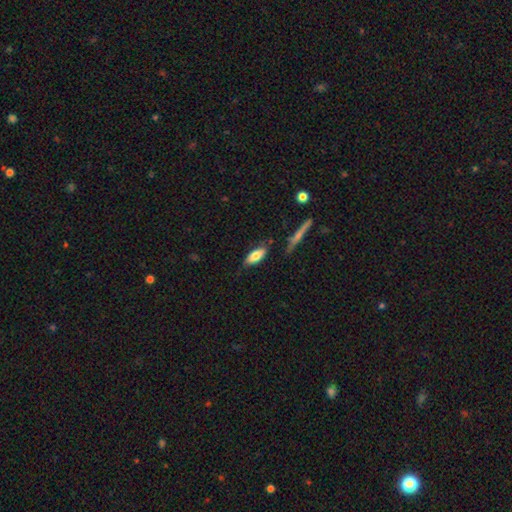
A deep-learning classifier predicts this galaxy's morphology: A smooth galaxy with no disk features (75%) that is in between round and cigar-shaped (74%).

Vote fractions:
- Smooth or featured? smooth: 75% / featured or disk: 18% / star or artifact: 6%
- How rounded? in between: 74% / cigar-shaped: 23% / round: 2%
- Merging? none: 75% / minor disturbance: 18% / major disturbance: 4% / merger: 4%